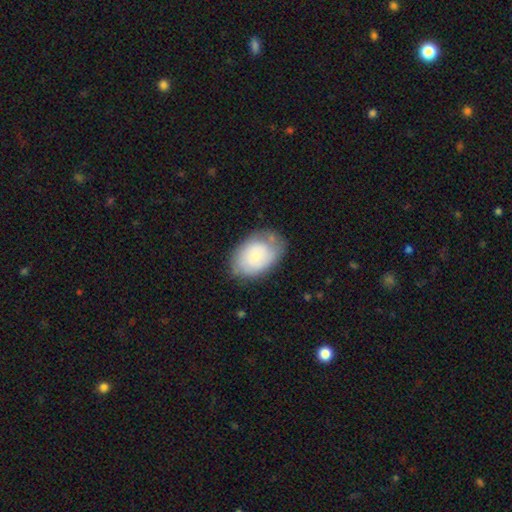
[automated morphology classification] Q: Smooth or featured?
A: smooth (56%); runner-up: featured or disk (36%)
Q: How rounded?
A: in between (84%); runner-up: round (15%)
Q: Merging?
A: none (65%); runner-up: minor disturbance (25%)